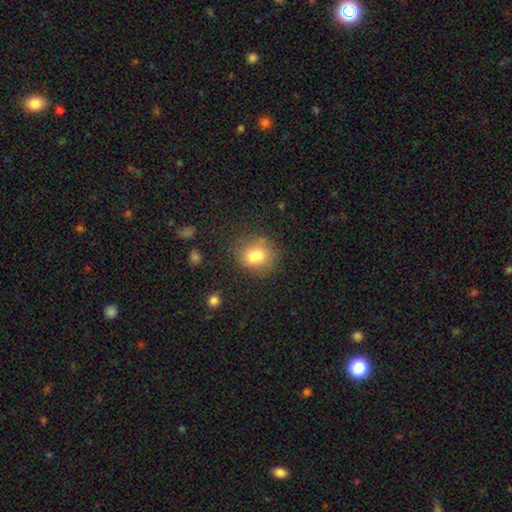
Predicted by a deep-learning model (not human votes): Smooth or featured? Predicted: smooth (p=0.78). How rounded? Predicted: round (p=0.56). Merging? Predicted: none (p=0.65).